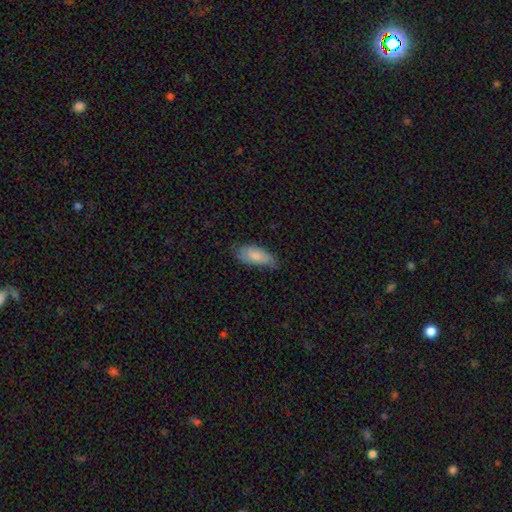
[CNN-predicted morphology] Smooth or featured: smooth — 78% (featured or disk — 16%)
How rounded: in between — 86% (cigar-shaped — 12%)
Merging: none — 55% (minor disturbance — 35%)